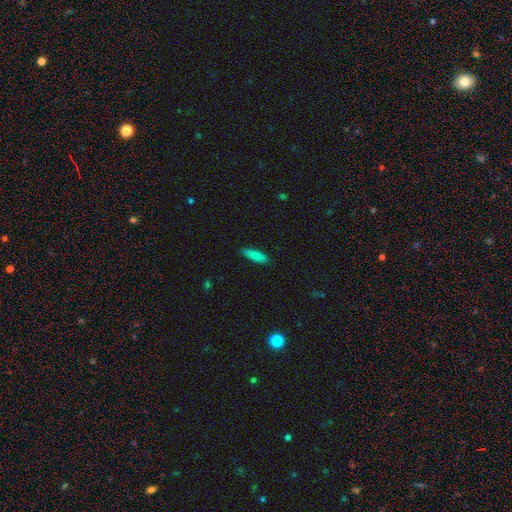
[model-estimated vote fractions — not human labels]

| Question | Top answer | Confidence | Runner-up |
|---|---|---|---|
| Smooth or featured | smooth | 84% | featured or disk (9%) |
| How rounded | cigar-shaped | 58% | in between (40%) |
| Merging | none | 87% | minor disturbance (10%) |